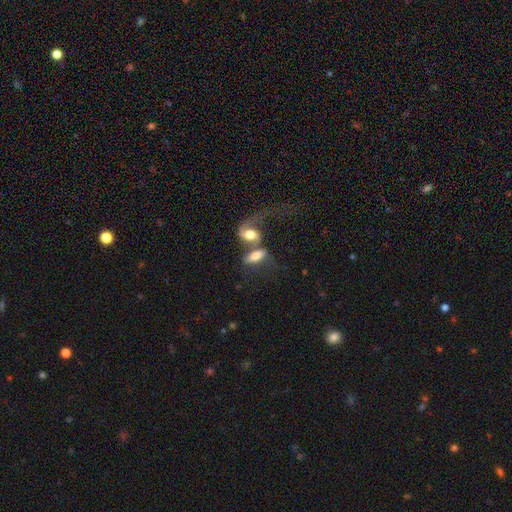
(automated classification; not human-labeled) This is possibly a smooth galaxy (51%). How rounded: likely in between (74%). Merging: likely merger (72%).